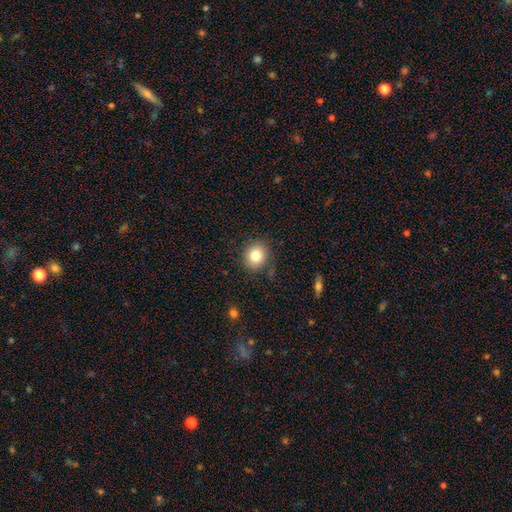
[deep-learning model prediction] Smooth or featured?
  - smooth: 80% *
  - star or artifact: 11%
  - featured or disk: 9%
How rounded?
  - round: 78% *
  - in between: 21%
  - cigar-shaped: 1%
Merging?
  - none: 84% *
  - minor disturbance: 11%
  - major disturbance: 4%
  - merger: 1%